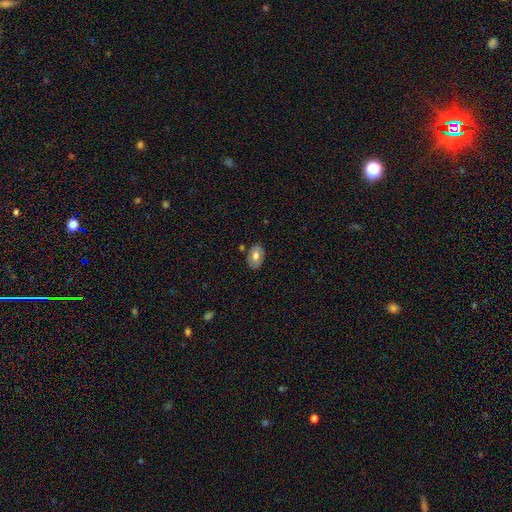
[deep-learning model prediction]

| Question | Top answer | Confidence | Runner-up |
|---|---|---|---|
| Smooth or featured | smooth | 63% | featured or disk (30%) |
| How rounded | in between | 85% | round (14%) |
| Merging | none | 82% | minor disturbance (13%) |